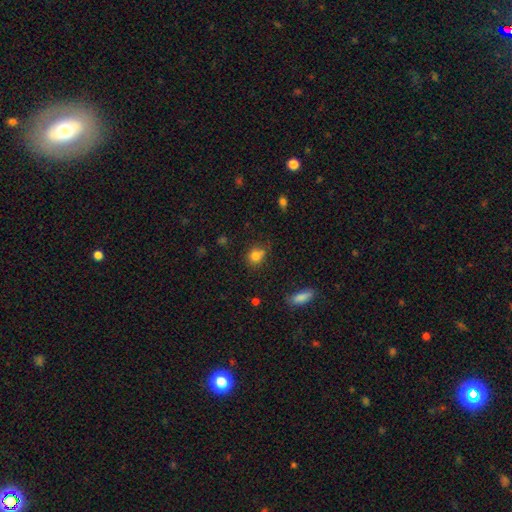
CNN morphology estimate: Q: Smooth or featured?
A: smooth (81%); runner-up: star or artifact (12%)
Q: How rounded?
A: round (68%); runner-up: in between (31%)
Q: Merging?
A: none (62%); runner-up: minor disturbance (20%)